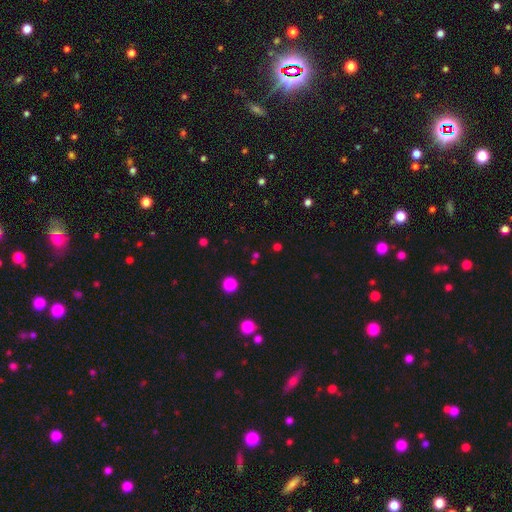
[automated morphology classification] A smooth galaxy with no disk features (54%) that is round (86%).

Vote fractions:
- Smooth or featured? smooth: 54% / star or artifact: 40% / featured or disk: 6%
- How rounded? round: 86% / in between: 12% / cigar-shaped: 2%
- Merging? none: 84% / minor disturbance: 7% / merger: 5% / major disturbance: 4%